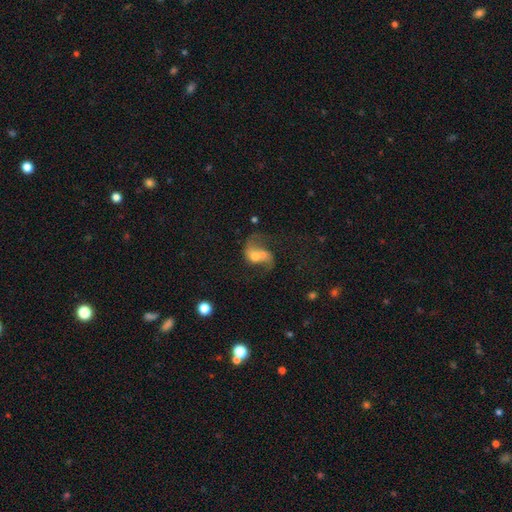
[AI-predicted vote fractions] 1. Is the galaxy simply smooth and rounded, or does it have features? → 64% featured or disk, 26% smooth, 10% star or artifact.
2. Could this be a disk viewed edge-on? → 97% no, 3% yes.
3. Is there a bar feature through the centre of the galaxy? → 63% no, 28% weak, 9% strong.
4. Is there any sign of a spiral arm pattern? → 80% yes, 20% no.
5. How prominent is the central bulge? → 55% moderate, 25% small, 11% large, 6% none, 2% dominant.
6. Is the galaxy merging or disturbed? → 42% merger, 28% none, 19% major disturbance, 11% minor disturbance.